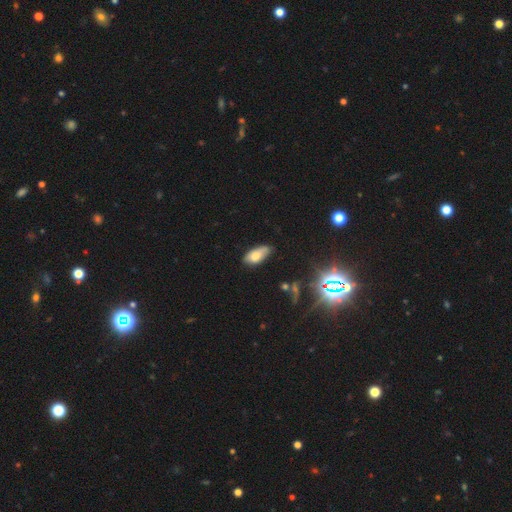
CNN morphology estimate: The model was most divided on "merging": none: 63%, minor disturbance: 30%, major disturbance: 5%, merger: 2%. More confident: how rounded — in between (90%); smooth or featured — smooth (73%).